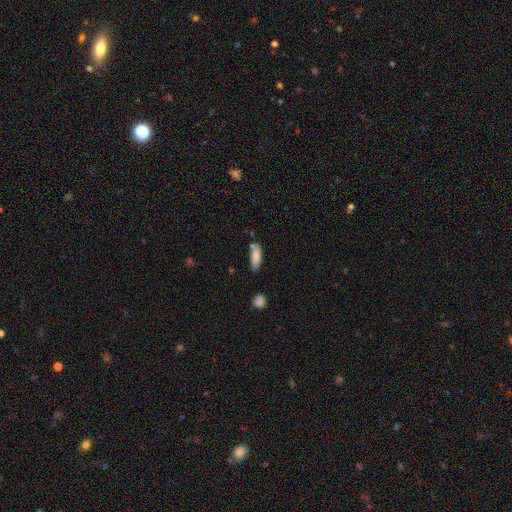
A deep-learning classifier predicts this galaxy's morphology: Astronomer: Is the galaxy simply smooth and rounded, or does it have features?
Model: smooth — 84%.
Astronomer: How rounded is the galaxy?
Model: in between — 60% (runner-up: cigar-shaped, 38%).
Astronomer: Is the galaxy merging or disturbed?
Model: none — 66%.